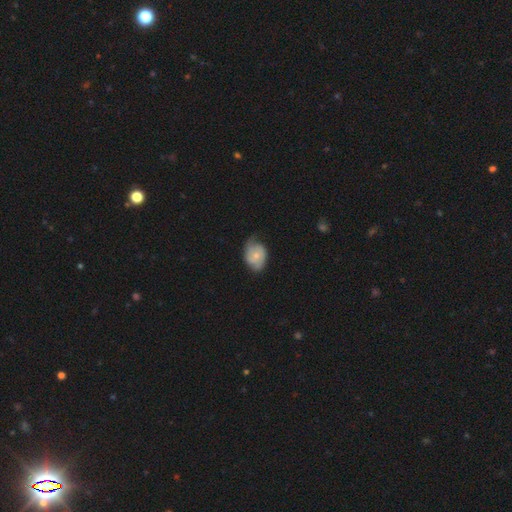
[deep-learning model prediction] Q: Smooth or featured?
A: featured or disk (50%); runner-up: smooth (44%)
Q: Edge-on disk?
A: no (96%); runner-up: yes (4%)
Q: Merging?
A: none (52%); runner-up: minor disturbance (34%)